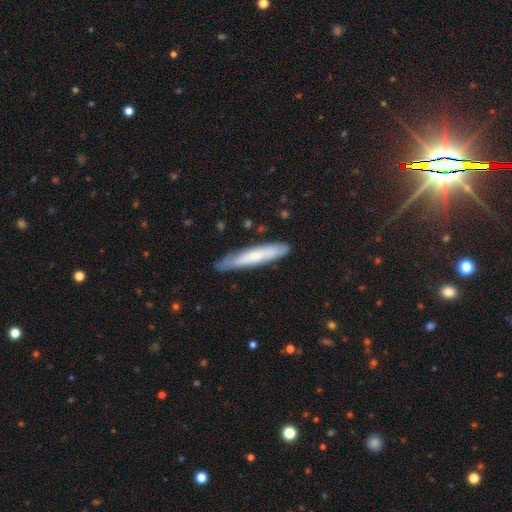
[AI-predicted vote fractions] Smooth or featured?
  - smooth: 61% *
  - featured or disk: 33%
  - star or artifact: 6%
How rounded?
  - cigar-shaped: 91% *
  - in between: 8%
  - round: 1%
Merging?
  - none: 80% *
  - minor disturbance: 16%
  - major disturbance: 3%
  - merger: 1%